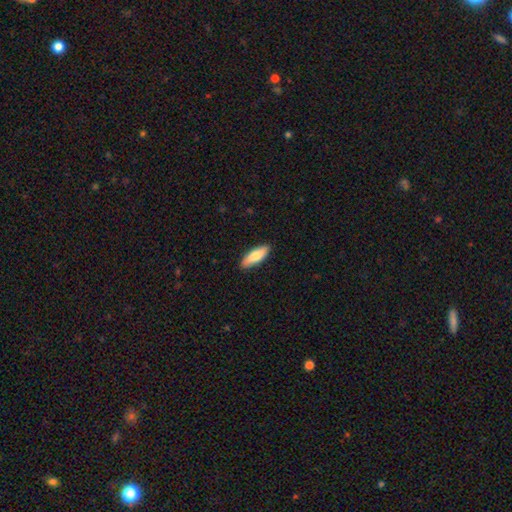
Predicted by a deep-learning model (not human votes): A smooth galaxy with no disk features (78%) that is in between round and cigar-shaped (58%). Merging: none (89%).